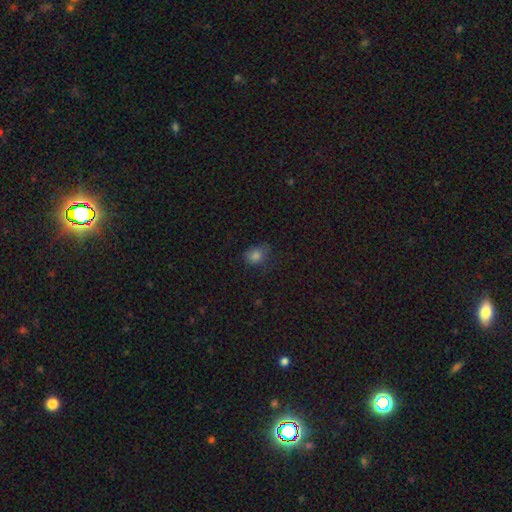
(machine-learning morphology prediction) smooth 80%, star or artifact 14%, featured or disk 6%. Down the decision tree: how rounded — in between (55%); merging — none (60%).